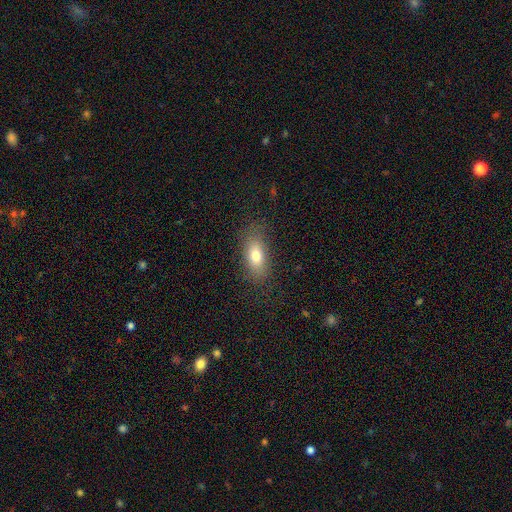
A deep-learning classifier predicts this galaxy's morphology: A smooth galaxy with no disk features (77%) that is in between round and cigar-shaped (84%).

Vote fractions:
- Smooth or featured? smooth: 77% / featured or disk: 14% / star or artifact: 9%
- How rounded? in between: 84% / cigar-shaped: 10% / round: 6%
- Merging? none: 81% / minor disturbance: 13% / major disturbance: 5% / merger: 1%